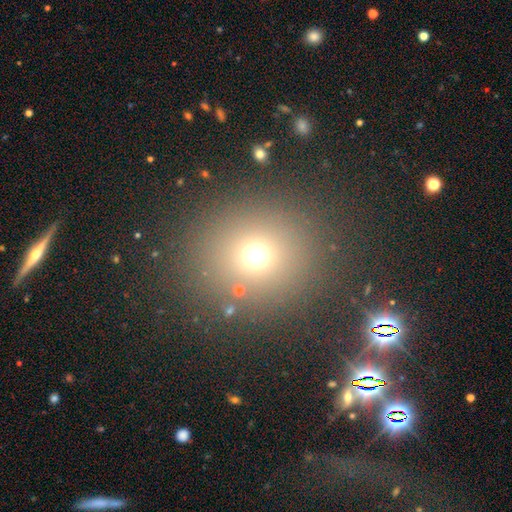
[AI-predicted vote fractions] smooth 67%, star or artifact 24%, featured or disk 9%. Down the decision tree: how rounded — round (85%); merging — none (83%).